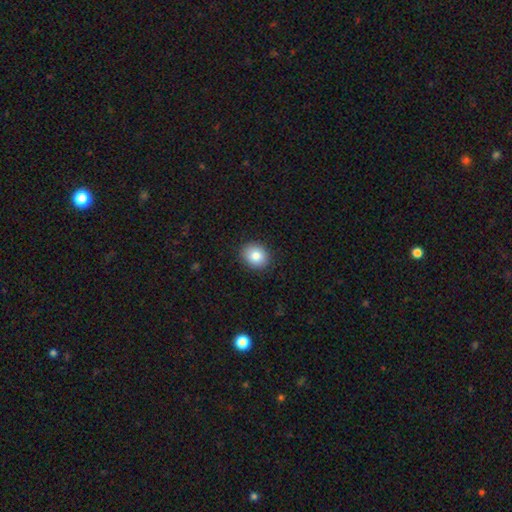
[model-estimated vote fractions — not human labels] The model was most divided on "how rounded": round: 65%, in between: 34%, cigar-shaped: 1%. More confident: merging — none (90%); smooth or featured — smooth (85%).